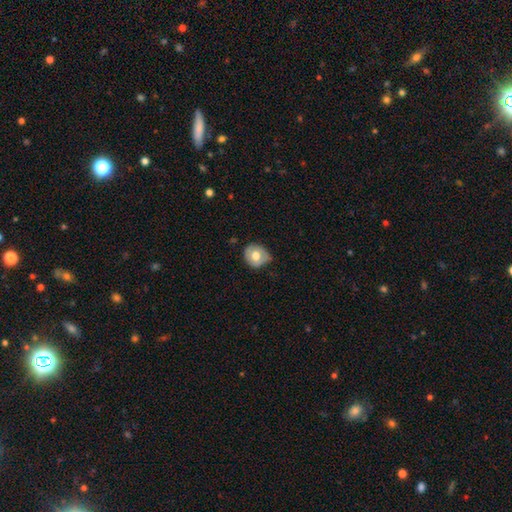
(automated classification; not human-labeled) Overall: smooth (64%; featured or disk 29%). How rounded: round (77%). Merging: none (63%; minor disturbance 29%).